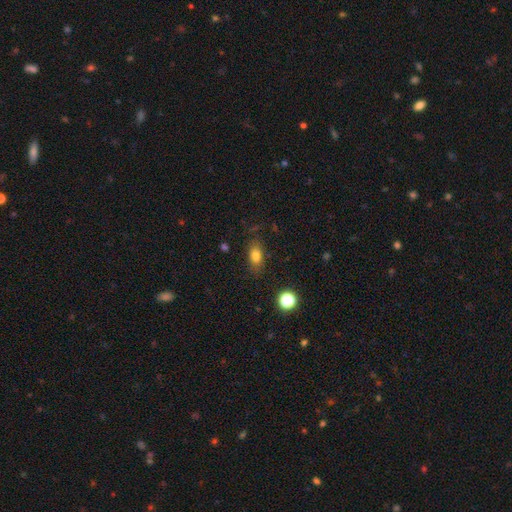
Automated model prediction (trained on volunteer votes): smooth 78%, star or artifact 11%, featured or disk 11%. Down the decision tree: how rounded — in between (81%); merging — none (79%).